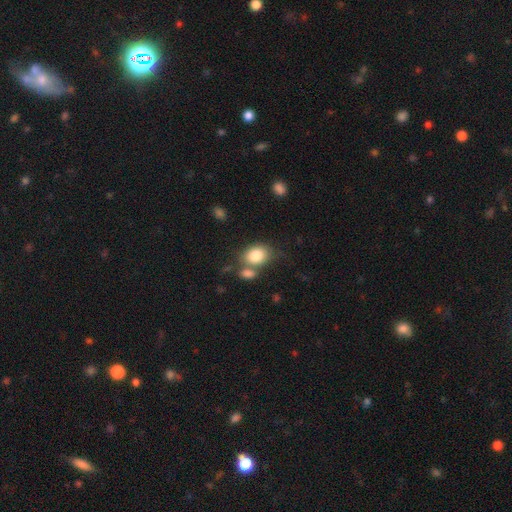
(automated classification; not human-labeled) Overall: smooth (83%). How rounded: in between (66%; round 33%). Merging: none (51%; merger 30%).